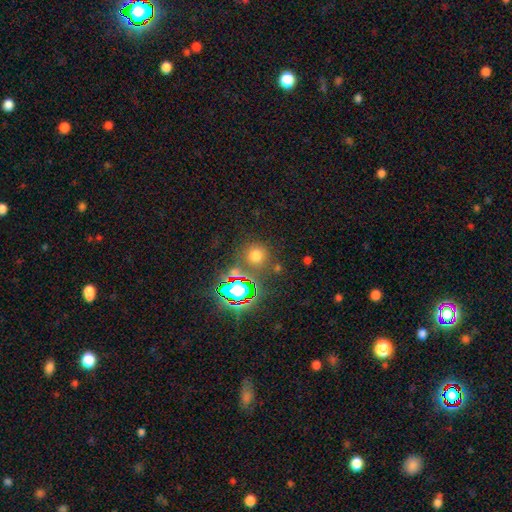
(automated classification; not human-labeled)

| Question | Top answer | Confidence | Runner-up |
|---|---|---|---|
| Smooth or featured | smooth | 63% | star or artifact (30%) |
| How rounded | round | 90% | in between (9%) |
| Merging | none | 77% | minor disturbance (10%) |